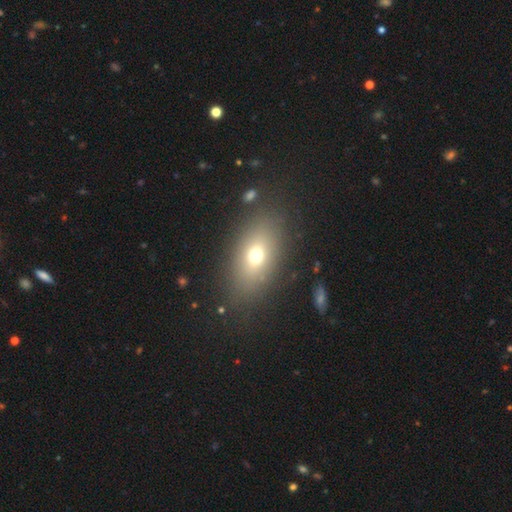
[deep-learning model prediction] Q: Smooth or featured?
A: smooth (68%); runner-up: featured or disk (19%)
Q: How rounded?
A: in between (81%); runner-up: round (15%)
Q: Merging?
A: none (81%); runner-up: minor disturbance (11%)